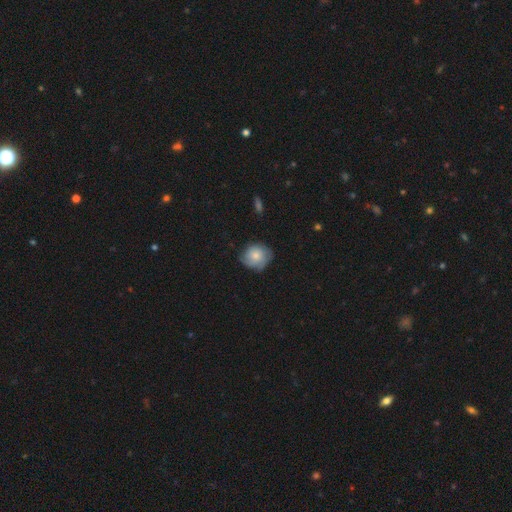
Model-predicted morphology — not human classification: smooth-or-featured: smooth: 65% | featured or disk: 28% | star or artifact: 7%
  how-rounded: round: 78% | in between: 21% | cigar-shaped: 1%
  merging: none: 66% | minor disturbance: 27% | major disturbance: 6% | merger: 1%